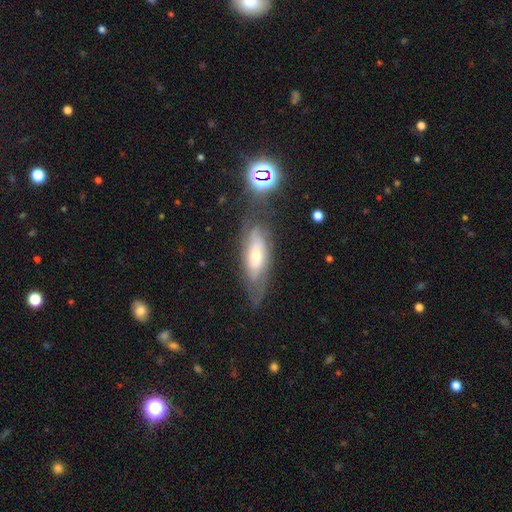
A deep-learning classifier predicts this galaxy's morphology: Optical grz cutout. It shows a featured or disk galaxy (63%). Merging: none (63%).